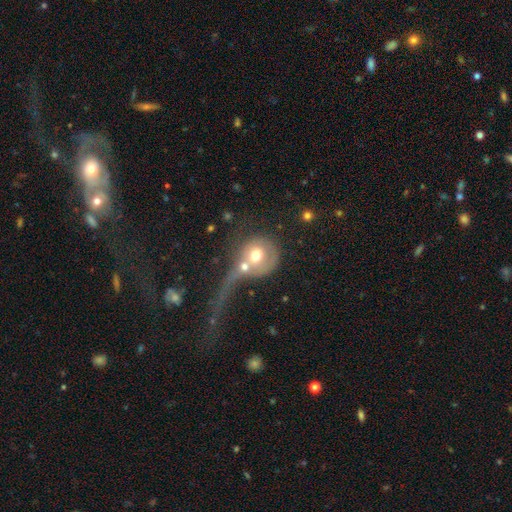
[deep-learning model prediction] Morphology: type=smooth (53%); roundness=round (83%); merging=merger (47%).